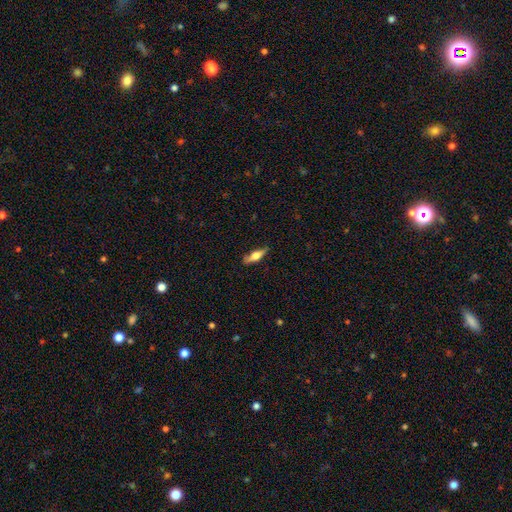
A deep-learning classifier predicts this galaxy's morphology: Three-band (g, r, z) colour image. It shows a smooth galaxy with no disk features (49%). Merging: none (81%).